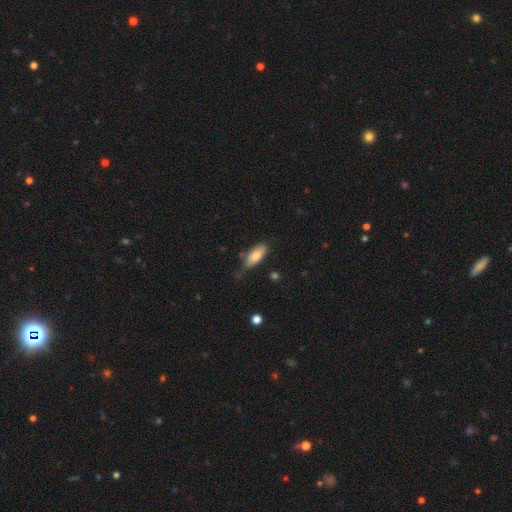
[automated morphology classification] This is likely a smooth galaxy (79%). How rounded: likely in between (77%). Merging: likely none (62%).